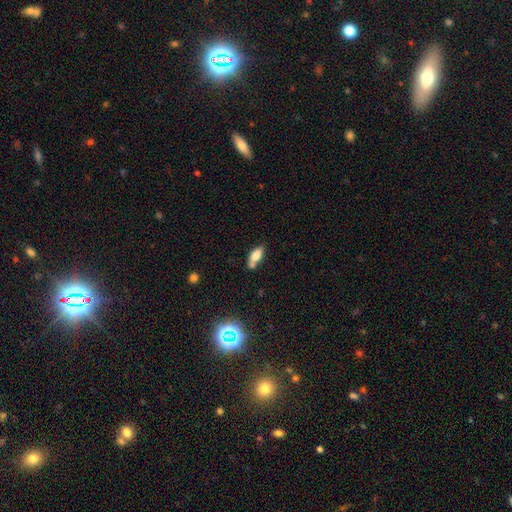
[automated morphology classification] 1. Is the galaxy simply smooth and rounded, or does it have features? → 76% smooth, 14% featured or disk, 9% star or artifact.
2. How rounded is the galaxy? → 81% in between, 16% cigar-shaped, 3% round.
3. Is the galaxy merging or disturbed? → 50% none, 26% merger, 18% minor disturbance, 5% major disturbance.